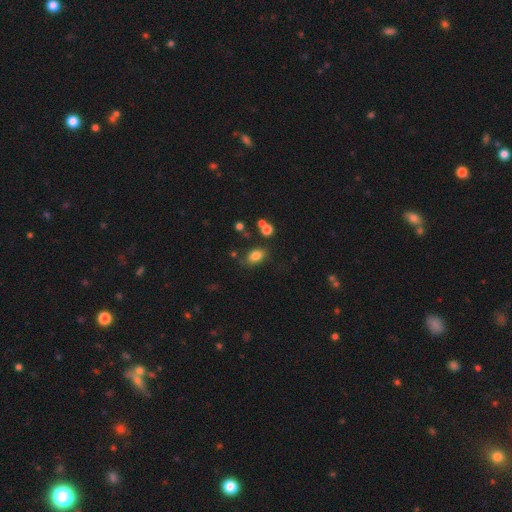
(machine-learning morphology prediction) This appears to be a smooth galaxy with no disk features (80%) that is in between round and cigar-shaped (81%). Merging: none (72%).